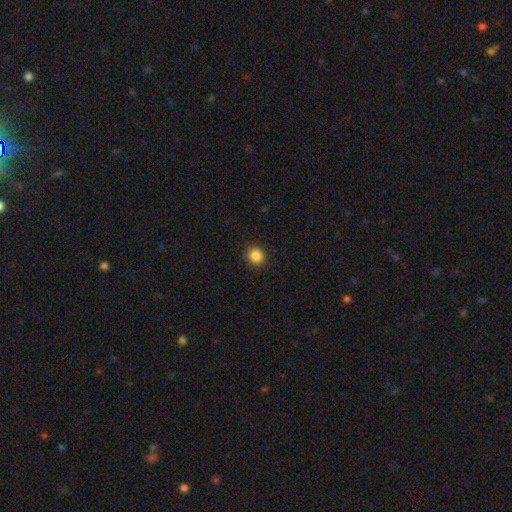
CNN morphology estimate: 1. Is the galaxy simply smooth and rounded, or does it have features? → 86% smooth, 10% star or artifact, 3% featured or disk.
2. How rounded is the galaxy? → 82% round, 17% in between, 1% cigar-shaped.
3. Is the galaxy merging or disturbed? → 91% none, 6% minor disturbance, 2% major disturbance, 1% merger.